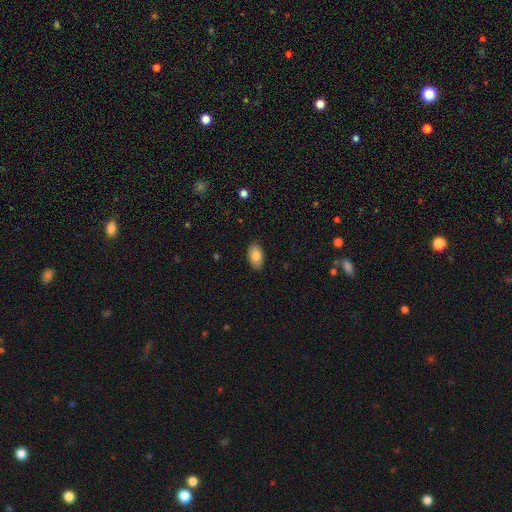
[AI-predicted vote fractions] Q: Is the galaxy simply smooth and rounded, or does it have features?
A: smooth — 82%.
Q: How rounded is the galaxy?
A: in between — 93%.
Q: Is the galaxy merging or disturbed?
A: none — 88%.